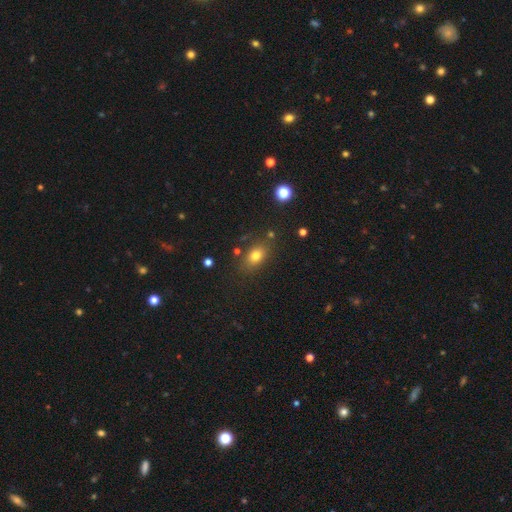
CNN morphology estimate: Smooth or featured?
  - smooth: 76% *
  - star or artifact: 13%
  - featured or disk: 11%
How rounded?
  - in between: 76% *
  - round: 22%
  - cigar-shaped: 2%
Merging?
  - none: 78% *
  - minor disturbance: 13%
  - merger: 5%
  - major disturbance: 4%